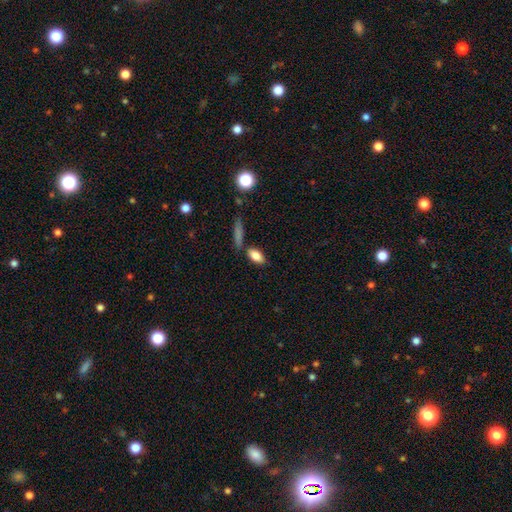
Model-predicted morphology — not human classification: smooth-or-featured: smooth: 81% | featured or disk: 11% | star or artifact: 8%
  how-rounded: in between: 85% | cigar-shaped: 10% | round: 5%
  merging: none: 70% | minor disturbance: 13% | merger: 13% | major disturbance: 4%